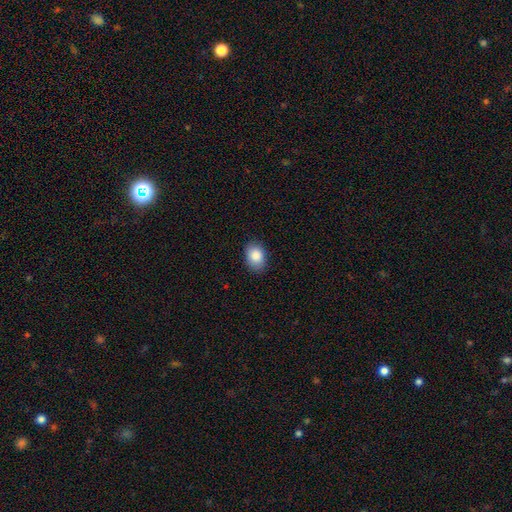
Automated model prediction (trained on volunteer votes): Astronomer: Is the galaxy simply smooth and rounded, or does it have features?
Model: smooth — 88%.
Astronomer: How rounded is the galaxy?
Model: in between — 75%.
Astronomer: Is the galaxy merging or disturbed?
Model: none — 85%.